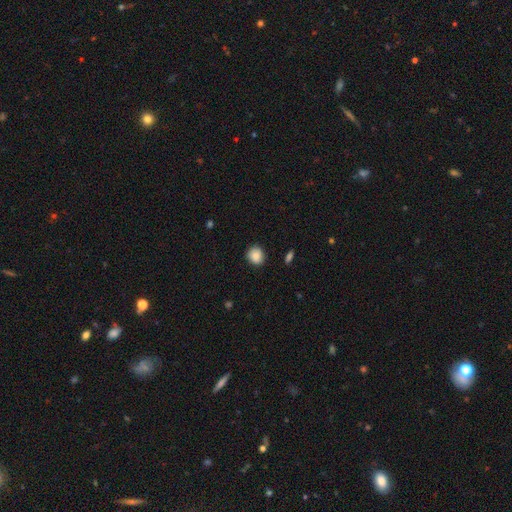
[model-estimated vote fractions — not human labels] Overall: smooth (86%). How rounded: round (78%). Merging: none (85%).